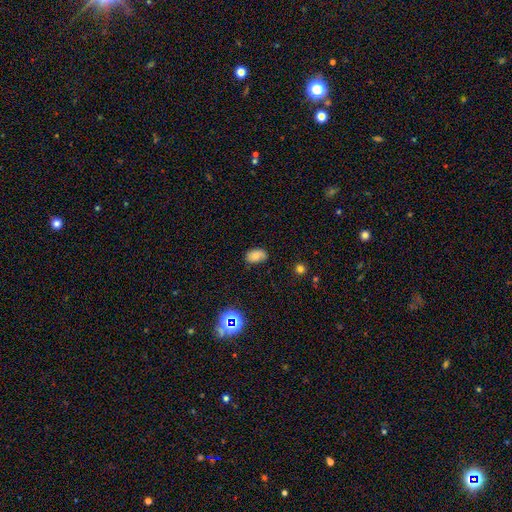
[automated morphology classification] type=smooth (77%); roundness=in between (88%); merging=none (73%).